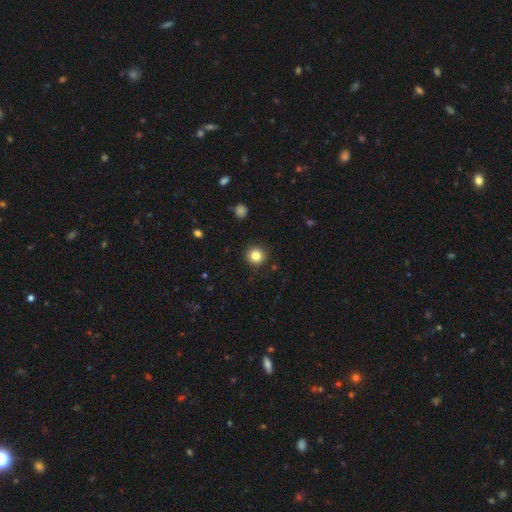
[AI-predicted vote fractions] smooth_or_featured: smooth (p=0.83) [alt: star or artifact p=0.11]
how_rounded: round (p=0.94) [alt: in between p=0.05]
merging: none (p=0.92) [alt: minor disturbance p=0.05]